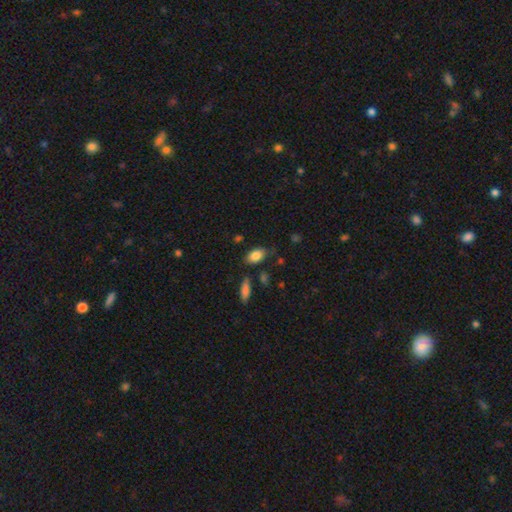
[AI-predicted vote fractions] The model was most divided on "merging": none: 75%, minor disturbance: 16%, merger: 4%, major disturbance: 4%. More confident: how rounded — in between (90%); smooth or featured — smooth (84%).